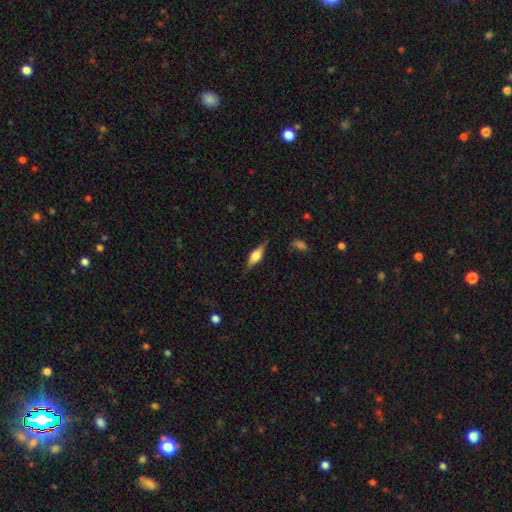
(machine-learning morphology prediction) Smooth or featured?
  - featured or disk: 51% *
  - smooth: 42%
  - star or artifact: 7%
Edge-on disk?
  - yes: 93% *
  - no: 7%
Merging?
  - none: 81% *
  - minor disturbance: 14%
  - major disturbance: 4%
  - merger: 1%